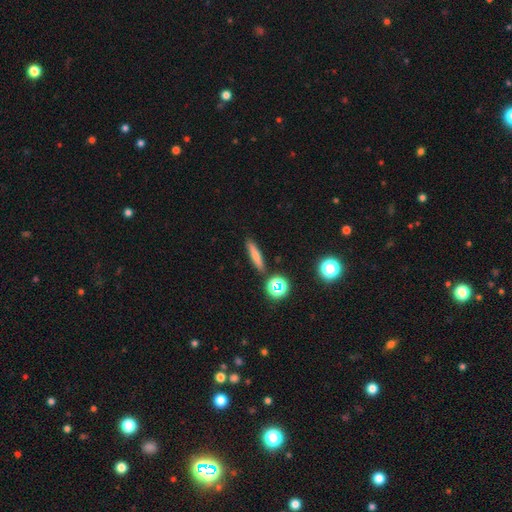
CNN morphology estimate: Smooth or featured?
  - smooth: 66% *
  - featured or disk: 20%
  - star or artifact: 14%
How rounded?
  - cigar-shaped: 79% *
  - in between: 14%
  - round: 7%
Merging?
  - none: 86% *
  - minor disturbance: 8%
  - merger: 4%
  - major disturbance: 2%